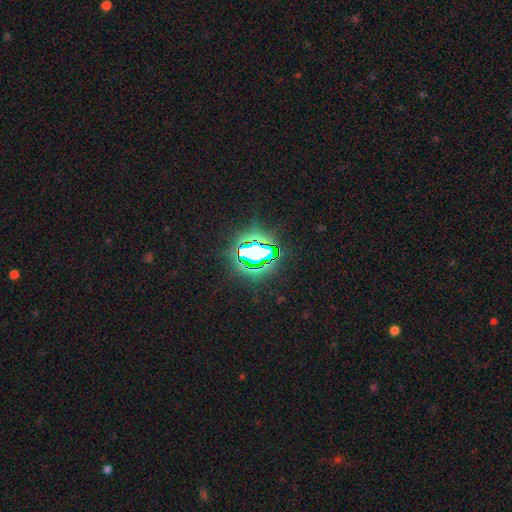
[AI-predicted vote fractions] star or artifact 74%, smooth 15%, featured or disk 11%.